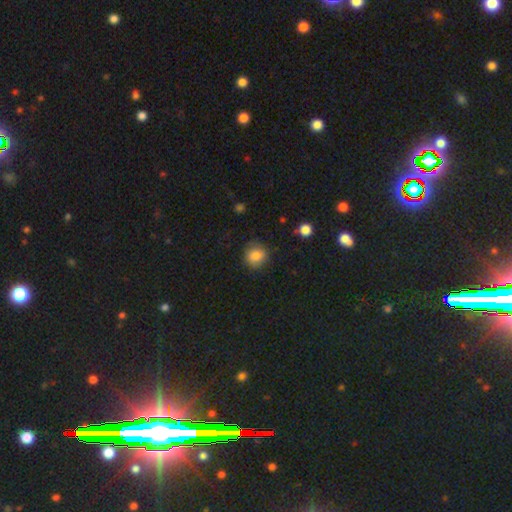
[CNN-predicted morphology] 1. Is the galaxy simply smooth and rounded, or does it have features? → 82% smooth, 10% star or artifact, 8% featured or disk.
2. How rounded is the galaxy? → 83% round, 16% in between, 1% cigar-shaped.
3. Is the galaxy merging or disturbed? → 80% none, 15% minor disturbance, 4% major disturbance, 1% merger.